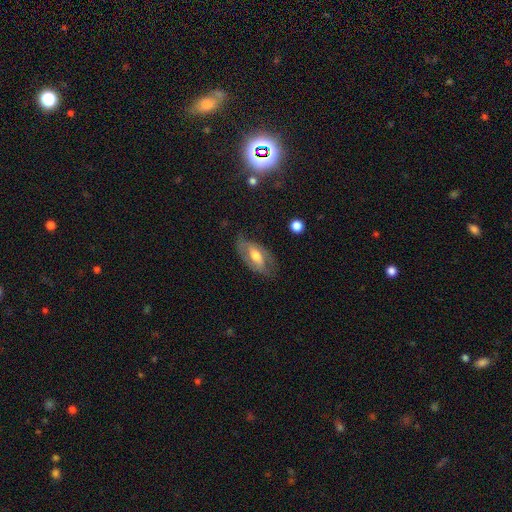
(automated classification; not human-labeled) This appears to be a featured or disk galaxy (56%). Merging: none (64%).